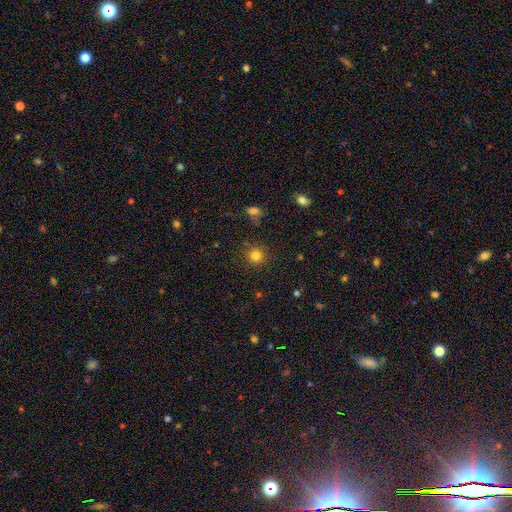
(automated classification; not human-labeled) Q: Smooth or featured?
A: smooth (81%); runner-up: star or artifact (14%)
Q: How rounded?
A: round (93%); runner-up: in between (6%)
Q: Merging?
A: none (87%); runner-up: minor disturbance (8%)